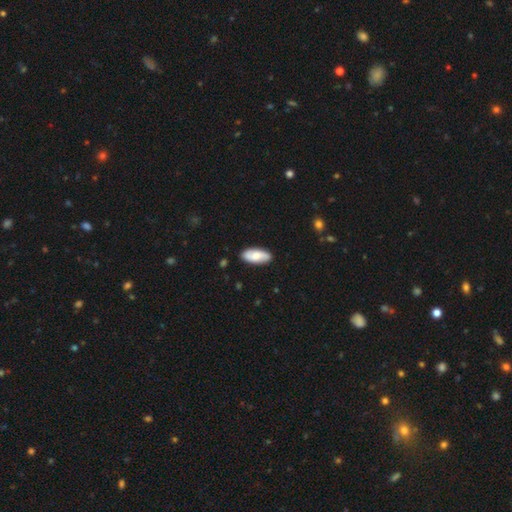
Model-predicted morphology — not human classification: Smooth or featured: smooth — 69% (featured or disk — 26%)
How rounded: in between — 85% (cigar-shaped — 13%)
Merging: none — 87% (minor disturbance — 10%)